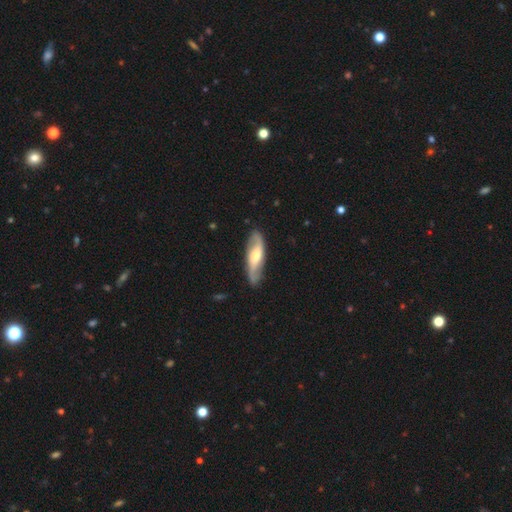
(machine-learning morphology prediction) This is likely a featured or disk galaxy (70%). It is likely not viewed edge-on (79%). Bar: marginally no (43%). Spiral arm pattern: clearly yes (89%). Central bulge: likely moderate (64%). Merging: clearly none (84%).